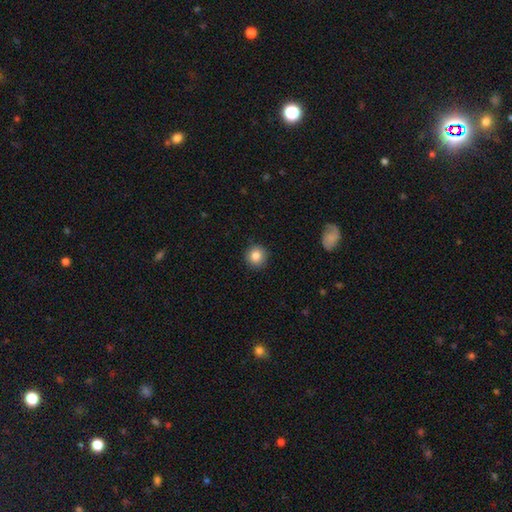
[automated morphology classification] Smooth or featured?
  - smooth: 84% *
  - star or artifact: 9%
  - featured or disk: 6%
How rounded?
  - round: 93% *
  - in between: 6%
  - cigar-shaped: 1%
Merging?
  - none: 91% *
  - minor disturbance: 6%
  - major disturbance: 2%
  - merger: 1%